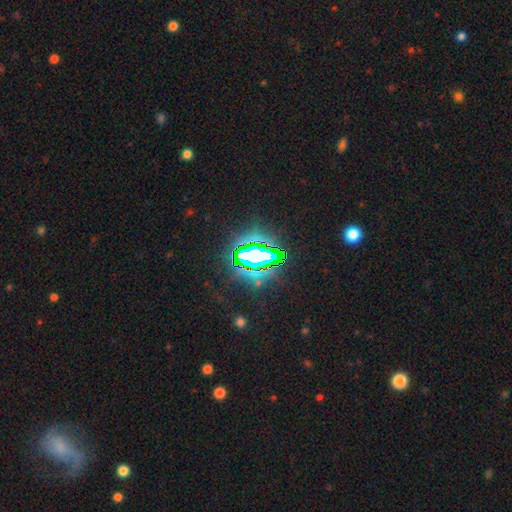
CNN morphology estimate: smooth_or_featured: star or artifact (p=0.76) [alt: smooth p=0.13]